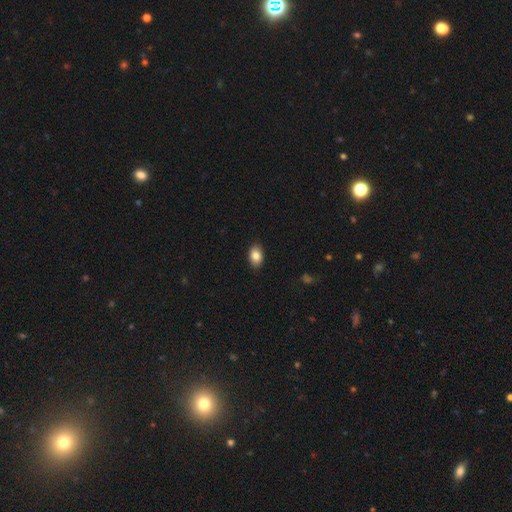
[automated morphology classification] smooth_or_featured: smooth (p=0.85) [alt: star or artifact p=0.08]
how_rounded: in between (p=0.87) [alt: round p=0.12]
merging: none (p=0.89) [alt: minor disturbance p=0.08]